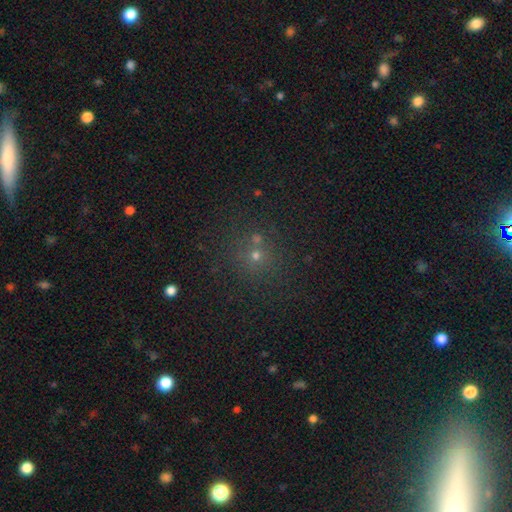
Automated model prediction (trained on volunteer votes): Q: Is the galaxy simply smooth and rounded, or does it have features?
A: smooth — 59%.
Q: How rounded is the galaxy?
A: round — 90%.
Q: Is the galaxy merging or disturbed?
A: none — 69%.